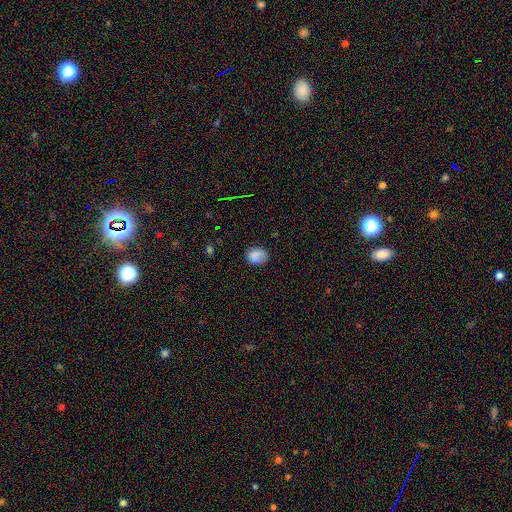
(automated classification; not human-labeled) smooth_or_featured: smooth (p=0.84) [alt: star or artifact p=0.10]
how_rounded: round (p=0.55) [alt: in between p=0.44]
merging: none (p=0.75) [alt: minor disturbance p=0.19]